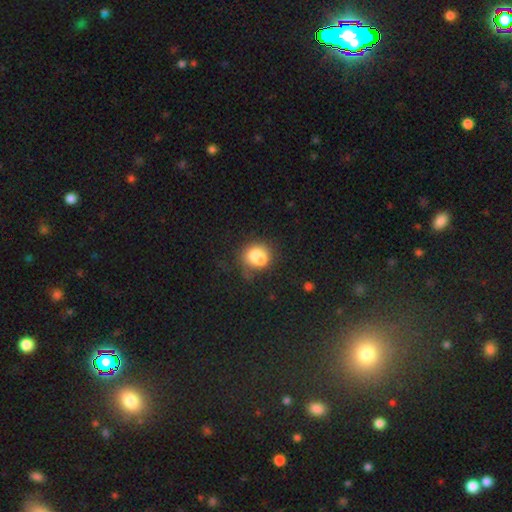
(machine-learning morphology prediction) Overall: smooth (73%). How rounded: round (64%; in between 35%). Merging: none (40%; merger 33%).